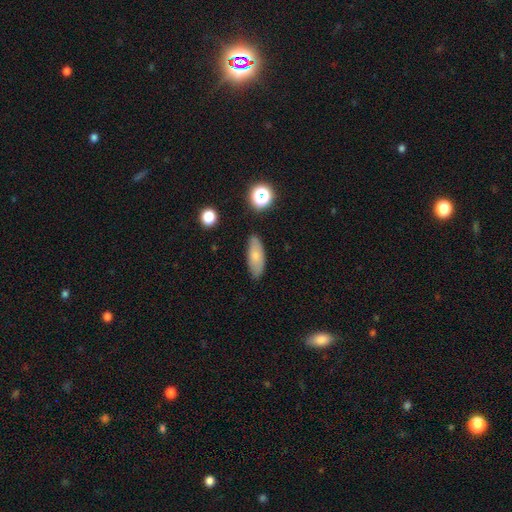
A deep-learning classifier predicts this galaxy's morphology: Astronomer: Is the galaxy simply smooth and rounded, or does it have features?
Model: smooth — 72%.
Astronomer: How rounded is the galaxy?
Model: in between — 74%.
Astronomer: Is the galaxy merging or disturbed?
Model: none — 82%.